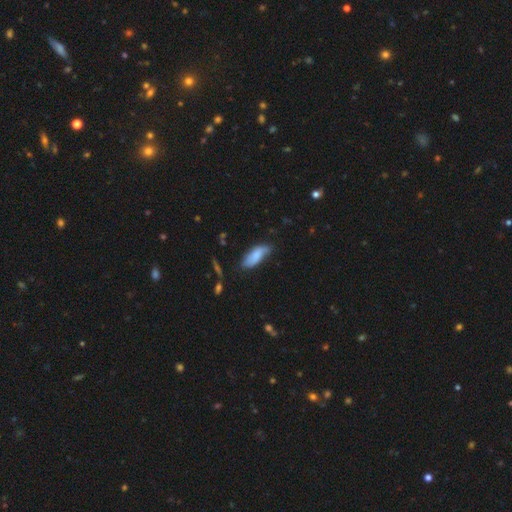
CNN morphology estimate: type=smooth (73%); roundness=in between (77%); merging=none (60%).